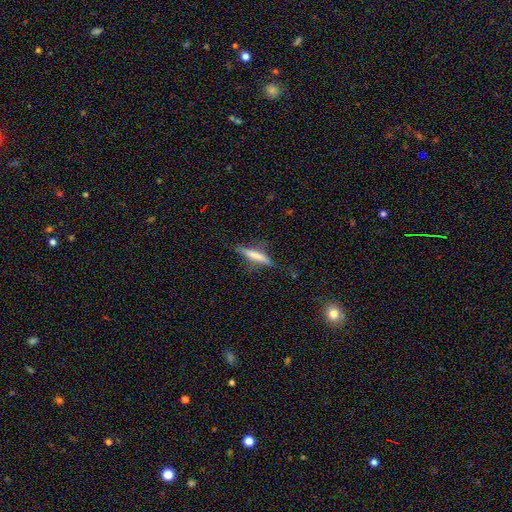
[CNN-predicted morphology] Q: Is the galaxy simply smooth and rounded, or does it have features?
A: smooth — 59%.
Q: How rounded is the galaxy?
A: cigar-shaped — 88%.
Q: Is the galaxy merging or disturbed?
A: none — 72%.